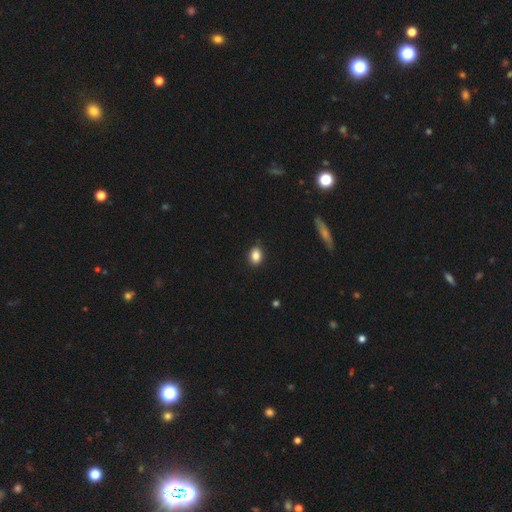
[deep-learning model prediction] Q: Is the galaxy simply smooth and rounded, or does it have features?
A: smooth — 86%.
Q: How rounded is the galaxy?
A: in between — 69%.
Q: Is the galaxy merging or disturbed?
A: none — 88%.